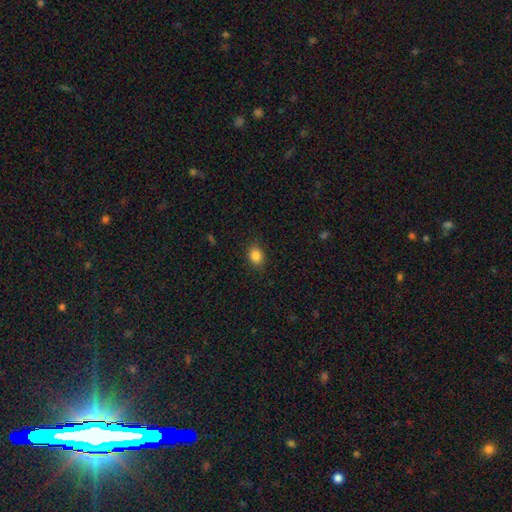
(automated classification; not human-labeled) smooth-or-featured: smooth: 85% | star or artifact: 10% | featured or disk: 5%
  how-rounded: in between: 54% | round: 45% | cigar-shaped: 1%
  merging: none: 86% | minor disturbance: 11% | major disturbance: 3% | merger: 1%